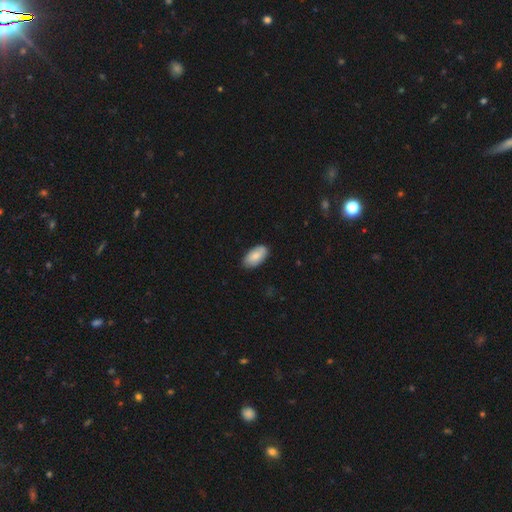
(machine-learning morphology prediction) Overall: smooth (81%). How rounded: in between (95%). Merging: none (83%).